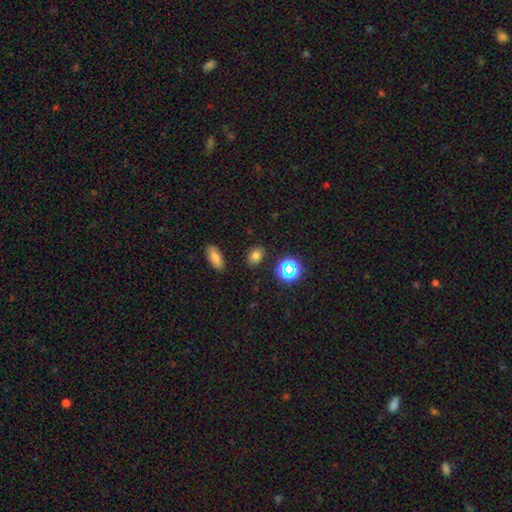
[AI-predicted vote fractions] Q: Smooth or featured?
A: smooth (75%); runner-up: star or artifact (18%)
Q: How rounded?
A: in between (70%); runner-up: round (28%)
Q: Merging?
A: none (85%); runner-up: minor disturbance (10%)